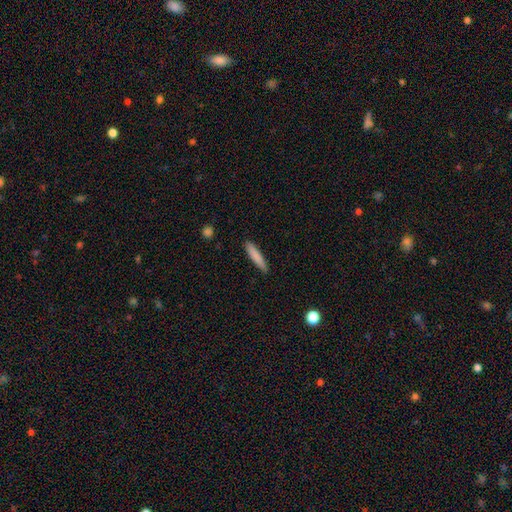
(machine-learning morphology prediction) A smooth galaxy with no disk features (83%) that is cigar-shaped (89%).

Vote fractions:
- Smooth or featured? smooth: 83% / featured or disk: 11% / star or artifact: 6%
- How rounded? cigar-shaped: 89% / in between: 9% / round: 1%
- Merging? none: 88% / minor disturbance: 9% / major disturbance: 2% / merger: 1%